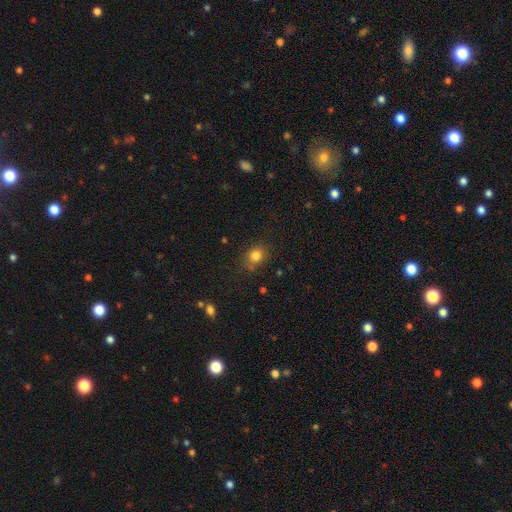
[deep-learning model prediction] Q: Smooth or featured?
A: smooth (82%); runner-up: star or artifact (12%)
Q: How rounded?
A: round (68%); runner-up: in between (31%)
Q: Merging?
A: none (76%); runner-up: minor disturbance (16%)